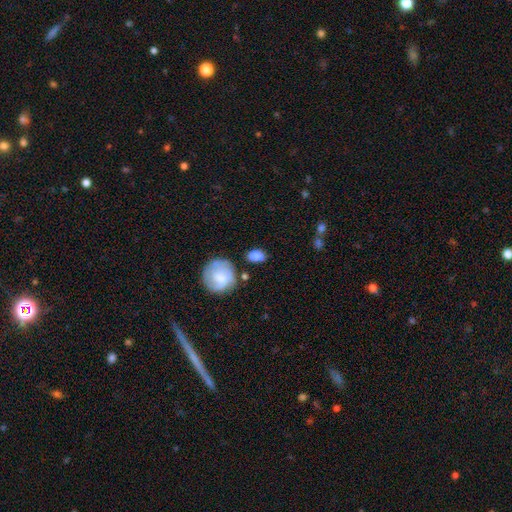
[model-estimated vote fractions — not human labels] Q: Smooth or featured?
A: smooth (79%); runner-up: featured or disk (14%)
Q: How rounded?
A: in between (75%); runner-up: round (21%)
Q: Merging?
A: none (63%); runner-up: minor disturbance (21%)